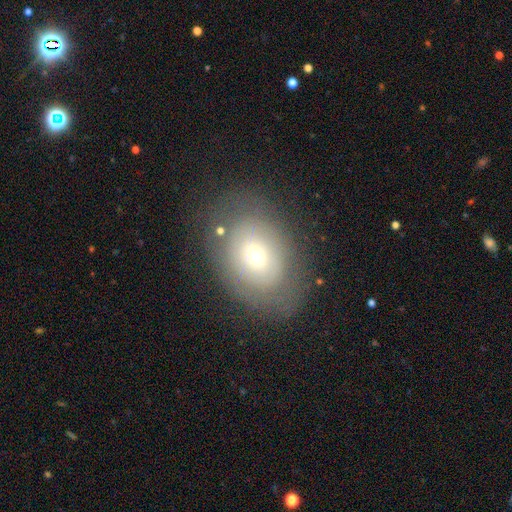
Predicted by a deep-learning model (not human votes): smooth 51%, featured or disk 38%, star or artifact 11%. Down the decision tree: how rounded — in between (70%); merging — none (74%).